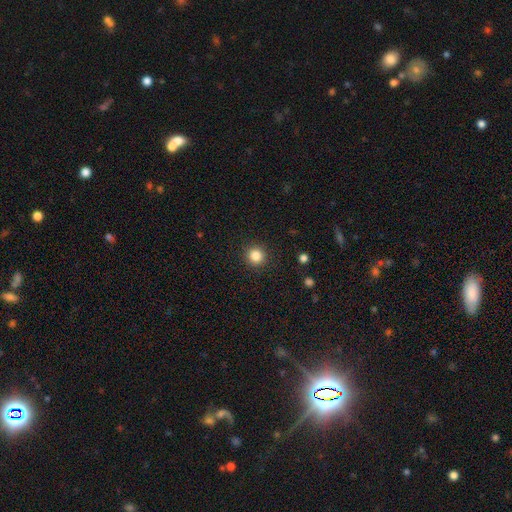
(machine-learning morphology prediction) Q: Smooth or featured?
A: smooth (84%); runner-up: star or artifact (12%)
Q: How rounded?
A: round (93%); runner-up: in between (6%)
Q: Merging?
A: none (91%); runner-up: minor disturbance (5%)